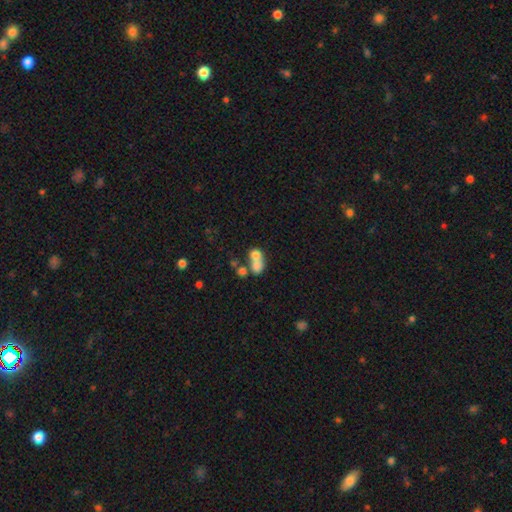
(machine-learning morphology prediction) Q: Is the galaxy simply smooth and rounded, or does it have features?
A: smooth — 70%.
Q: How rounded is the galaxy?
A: round — 55%.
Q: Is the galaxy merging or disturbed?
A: merger — 68%.